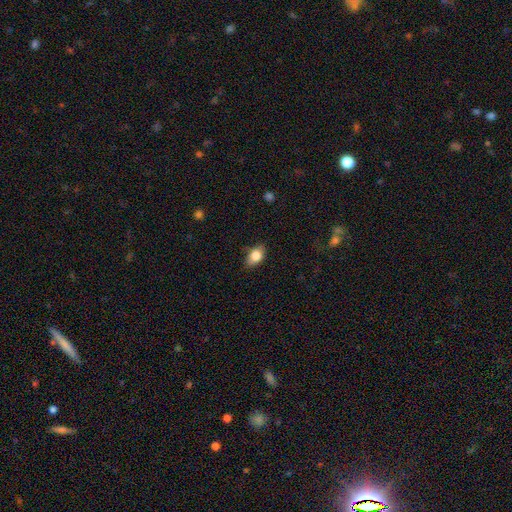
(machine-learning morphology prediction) The model was most divided on "merging": none: 79%, minor disturbance: 17%, major disturbance: 3%, merger: 1%. More confident: how rounded — in between (86%); smooth or featured — smooth (81%).